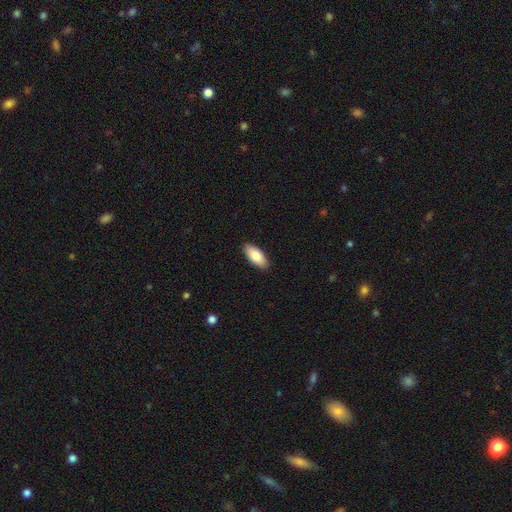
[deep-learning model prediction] A smooth galaxy with no disk features (87%) that is in between round and cigar-shaped (87%).

Vote fractions:
- Smooth or featured? smooth: 87% / featured or disk: 8% / star or artifact: 6%
- How rounded? in between: 87% / cigar-shaped: 11% / round: 2%
- Merging? none: 89% / minor disturbance: 8% / major disturbance: 2% / merger: 1%